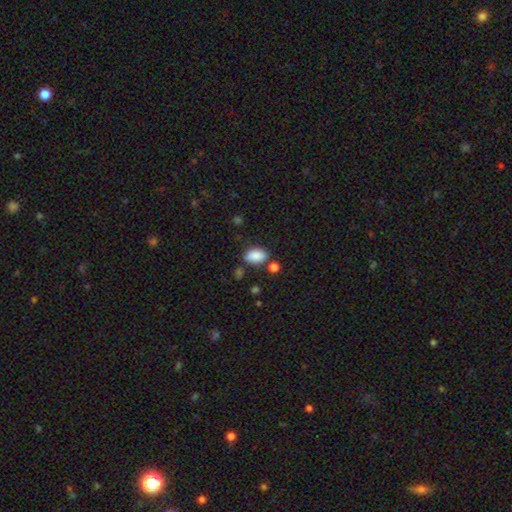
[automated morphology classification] Smooth or featured? Predicted: smooth (p=0.86). How rounded? Predicted: in between (p=0.89). Merging? Predicted: none (p=0.72).